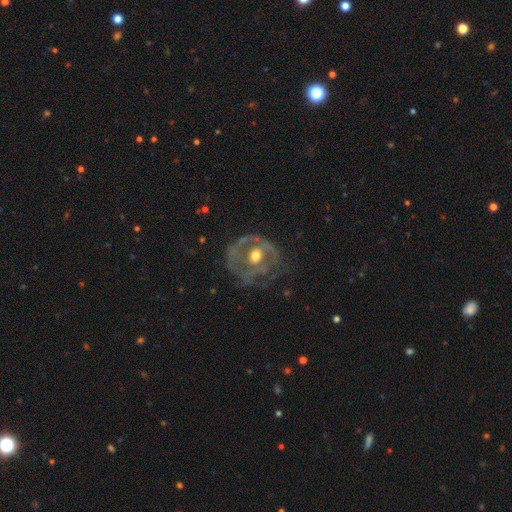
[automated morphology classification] This is likely a featured or disk galaxy (71%). It is clearly not viewed edge-on (96%). Bar: likely no (79%). Spiral arm pattern: likely no (61%). Central bulge: likely moderate (72%). Merging: possibly none (50%).